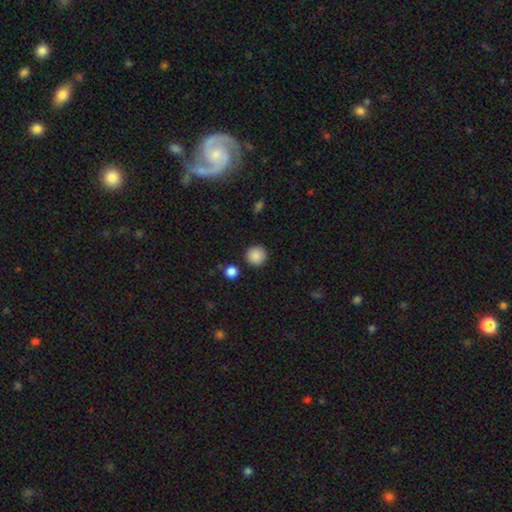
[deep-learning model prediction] This appears to be a smooth galaxy with no disk features (88%) that is round (95%). Merging: none (89%).